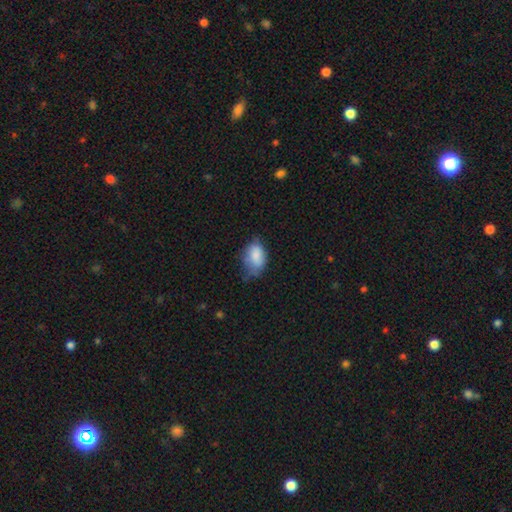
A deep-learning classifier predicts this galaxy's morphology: This appears to be a smooth galaxy with no disk features (80%) that is in between round and cigar-shaped (86%). Merging: minor disturbance (42%).